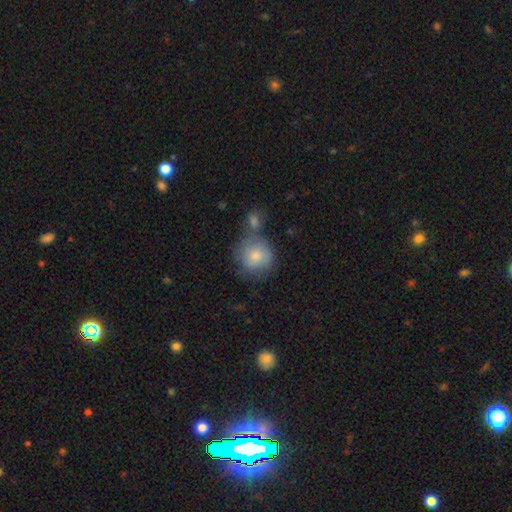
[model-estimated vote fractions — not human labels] Smooth or featured? Predicted: smooth (p=0.74). How rounded? Predicted: round (p=0.85). Merging? Predicted: none (p=0.41).